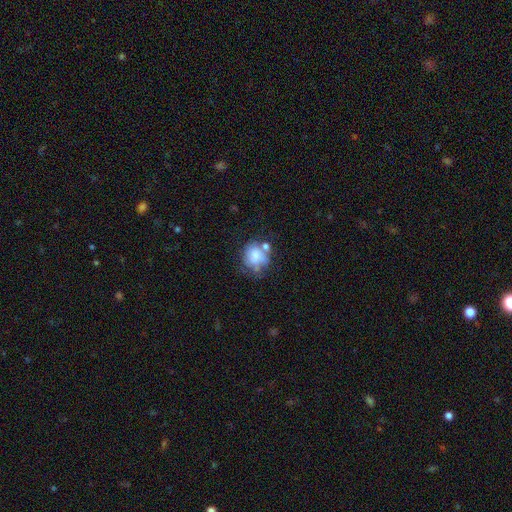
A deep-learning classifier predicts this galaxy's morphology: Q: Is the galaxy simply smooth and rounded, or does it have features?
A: smooth — 65%.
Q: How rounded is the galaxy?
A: round — 60%.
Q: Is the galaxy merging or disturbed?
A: none — 38%.